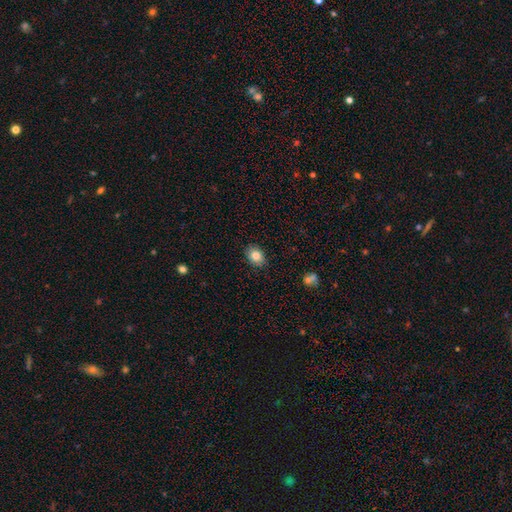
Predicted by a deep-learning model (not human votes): A smooth galaxy with no disk features (82%) that is in between round and cigar-shaped (57%).

Vote fractions:
- Smooth or featured? smooth: 82% / star or artifact: 10% / featured or disk: 8%
- How rounded? in between: 57% / round: 42% / cigar-shaped: 1%
- Merging? none: 86% / minor disturbance: 11% / major disturbance: 2% / merger: 1%